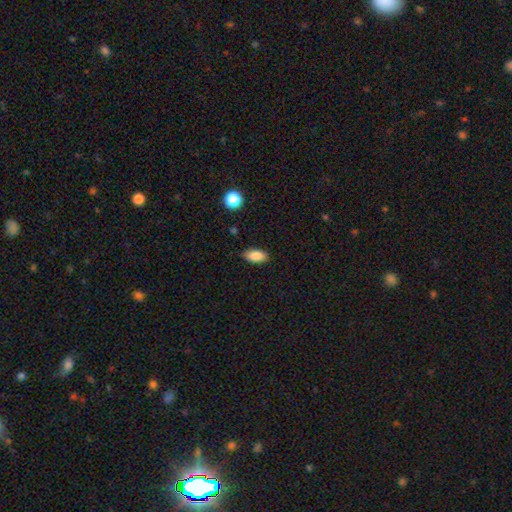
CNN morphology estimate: Smooth or featured? smooth (86%)
How rounded? in between (92%)
Merging? none (85%)